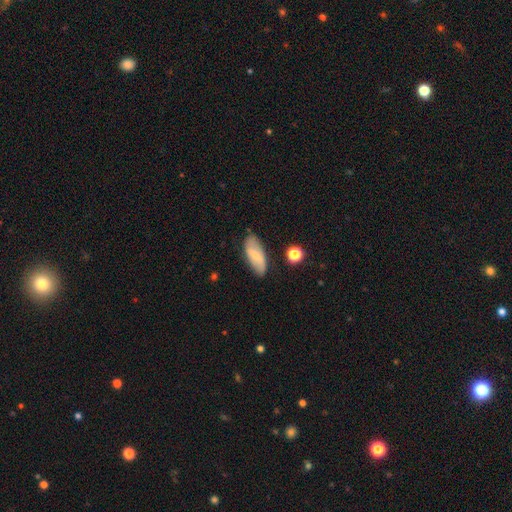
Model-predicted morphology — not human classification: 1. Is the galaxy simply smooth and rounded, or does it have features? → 56% smooth, 38% featured or disk, 7% star or artifact.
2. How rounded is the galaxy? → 80% in between, 17% cigar-shaped, 3% round.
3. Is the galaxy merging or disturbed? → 79% none, 16% minor disturbance, 3% major disturbance, 2% merger.